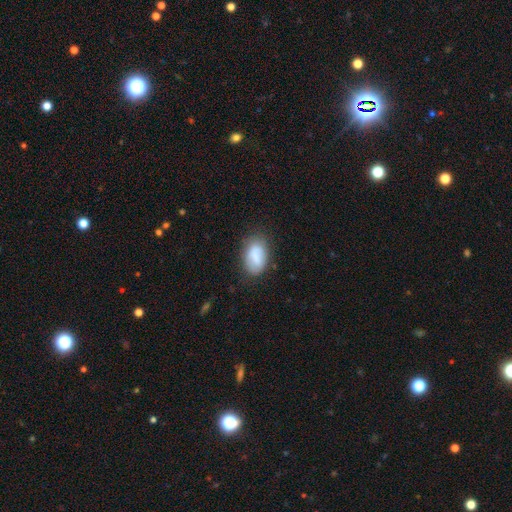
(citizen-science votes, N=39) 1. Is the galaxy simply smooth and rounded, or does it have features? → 85% smooth, 8% featured or disk, 8% star or artifact.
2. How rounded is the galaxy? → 85% in between, 9% round, 6% cigar-shaped.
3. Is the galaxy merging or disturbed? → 58% none, 31% minor disturbance, 11% major disturbance, 0% merger.